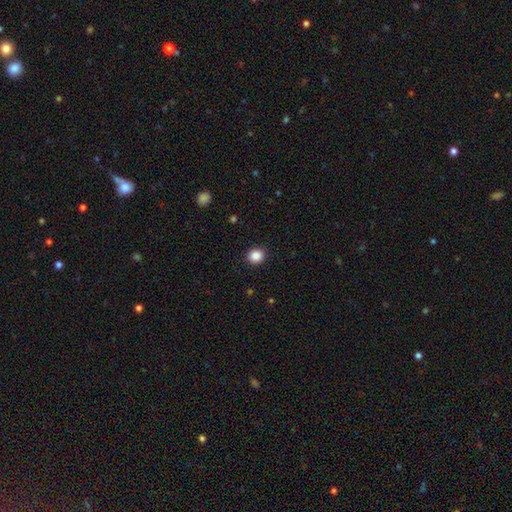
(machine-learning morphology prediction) smooth-or-featured: smooth: 87% | star or artifact: 10% | featured or disk: 3%
  how-rounded: round: 84% | in between: 15% | cigar-shaped: 1%
  merging: none: 92% | minor disturbance: 5% | major disturbance: 2% | merger: 1%